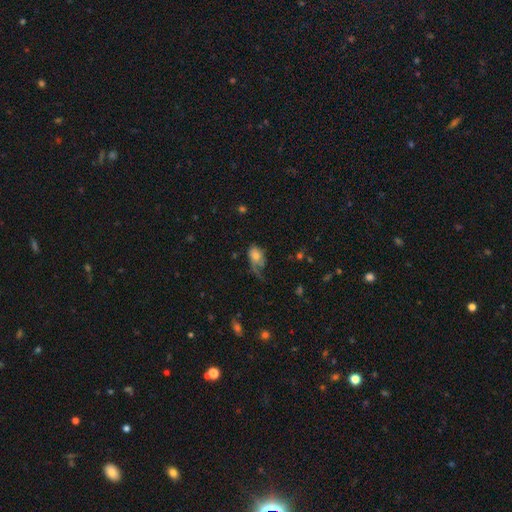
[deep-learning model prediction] smooth-or-featured: smooth: 59% | featured or disk: 32% | star or artifact: 9%
  how-rounded: in between: 84% | round: 14% | cigar-shaped: 2%
  merging: major disturbance: 47% | minor disturbance: 26% | none: 24% | merger: 3%